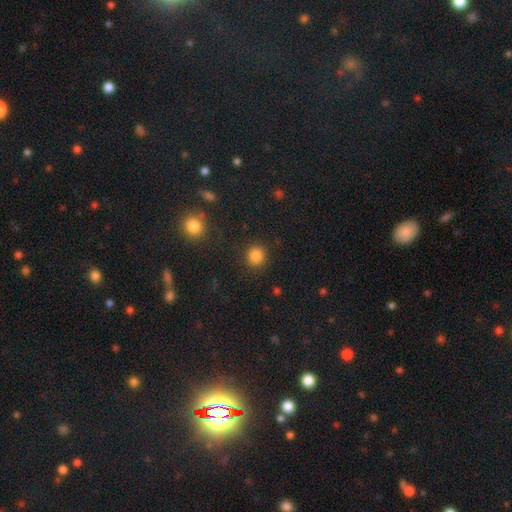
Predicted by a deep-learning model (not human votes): A smooth galaxy with no disk features (84%) that is round (90%). Merging: none (89%).